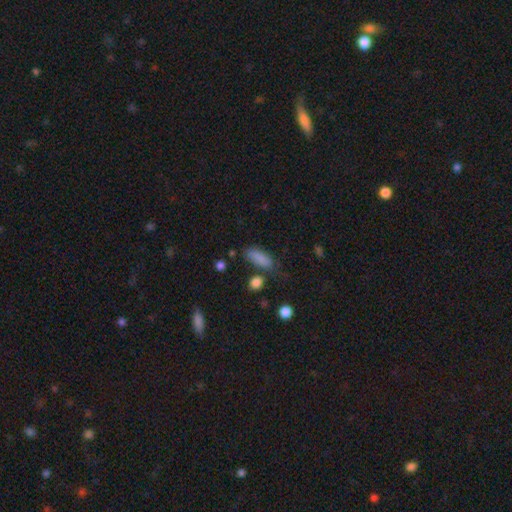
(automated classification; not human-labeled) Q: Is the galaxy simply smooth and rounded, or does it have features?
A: smooth — 82%.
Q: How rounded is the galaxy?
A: in between — 71%.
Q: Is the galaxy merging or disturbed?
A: none — 62%.